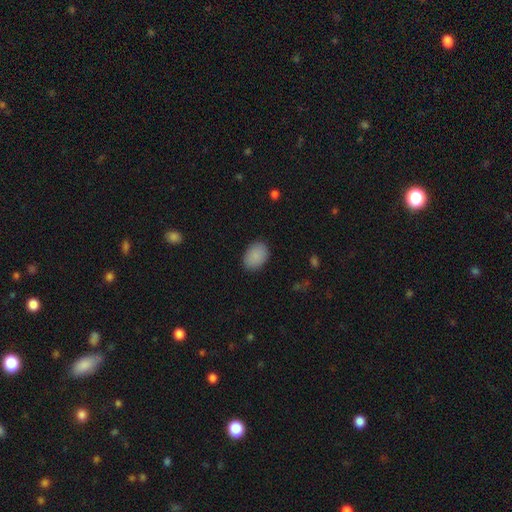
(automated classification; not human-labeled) Smooth or featured? smooth (89%)
How rounded? in between (82%)
Merging? none (86%)